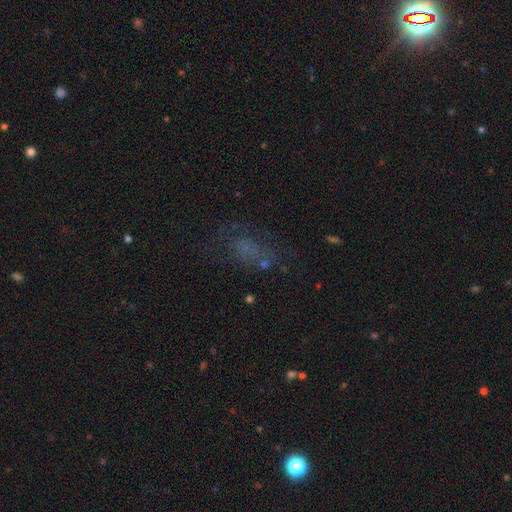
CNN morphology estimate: Smooth or featured?
  - smooth: 43% *
  - star or artifact: 29%
  - featured or disk: 28%
Merging?
  - none: 50% *
  - major disturbance: 26%
  - minor disturbance: 20%
  - merger: 5%